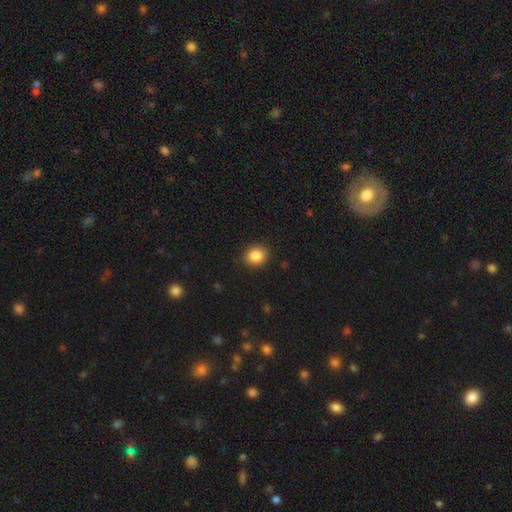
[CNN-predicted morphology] Smooth or featured: smooth — 85% (star or artifact — 10%)
How rounded: round — 80% (in between — 19%)
Merging: none — 89% (minor disturbance — 8%)